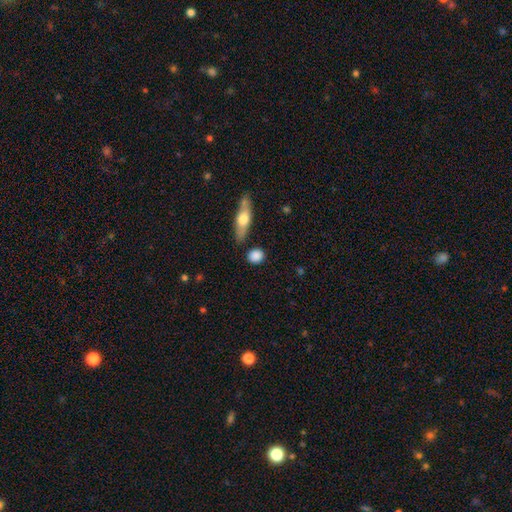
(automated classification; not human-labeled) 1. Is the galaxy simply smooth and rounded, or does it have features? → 85% smooth, 8% featured or disk, 7% star or artifact.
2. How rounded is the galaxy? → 71% round, 24% in between, 5% cigar-shaped.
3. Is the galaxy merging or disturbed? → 80% none, 11% minor disturbance, 6% merger, 3% major disturbance.